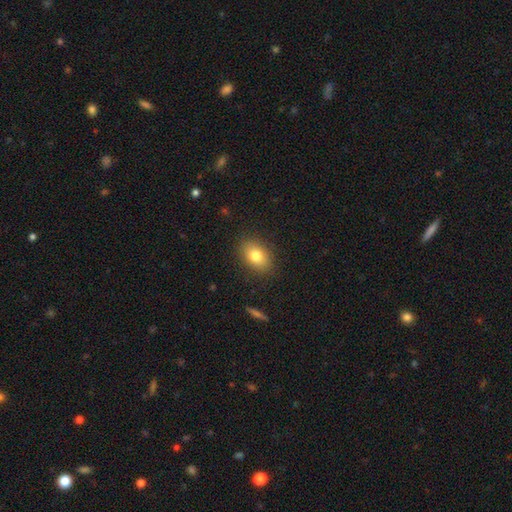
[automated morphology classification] Smooth or featured?
  - smooth: 79% *
  - featured or disk: 11%
  - star or artifact: 9%
How rounded?
  - in between: 79% *
  - round: 19%
  - cigar-shaped: 2%
Merging?
  - none: 87% *
  - minor disturbance: 9%
  - major disturbance: 3%
  - merger: 1%